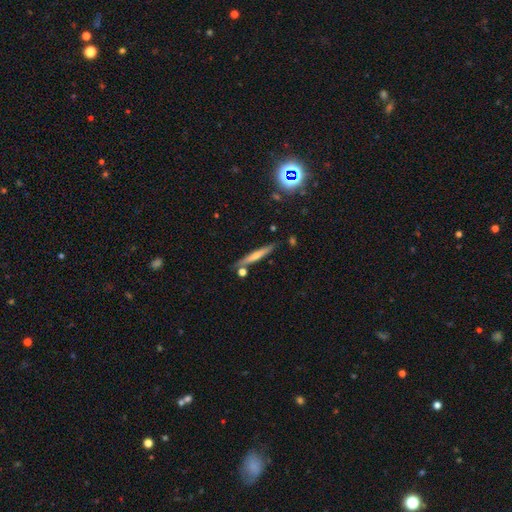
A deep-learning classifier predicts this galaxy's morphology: A smooth galaxy with no disk features (48%).

Vote fractions:
- Smooth or featured? smooth: 48% / featured or disk: 45% / star or artifact: 7%
- Merging? none: 81% / minor disturbance: 11% / merger: 6% / major disturbance: 2%